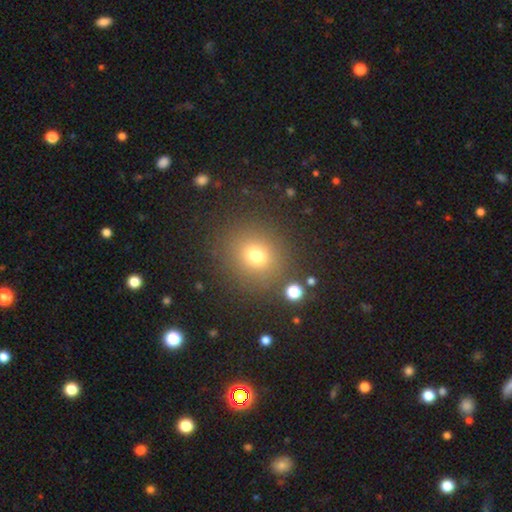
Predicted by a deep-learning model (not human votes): Q: Smooth or featured?
A: smooth (72%); runner-up: star or artifact (18%)
Q: How rounded?
A: round (83%); runner-up: in between (16%)
Q: Merging?
A: none (84%); runner-up: minor disturbance (8%)